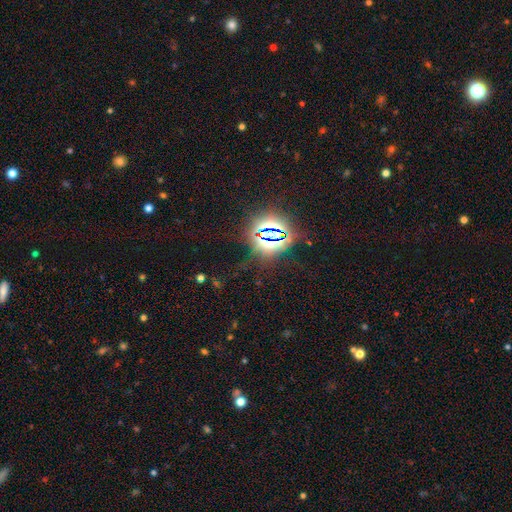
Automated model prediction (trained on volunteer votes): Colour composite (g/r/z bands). It shows a star or artifact, not a galaxy (86%).